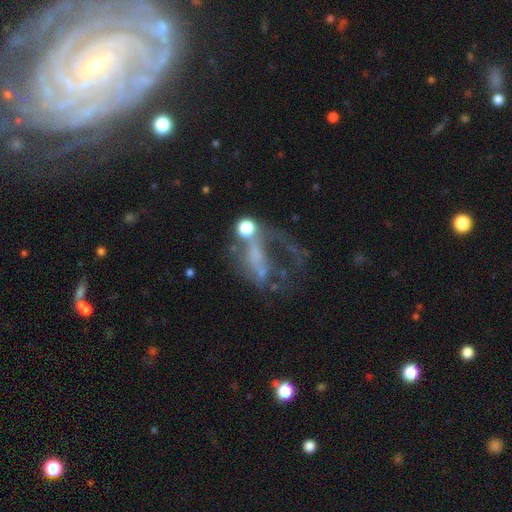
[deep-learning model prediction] A featured or disk galaxy (58%) with no bar (61%), no spiral arms (60%) and no central bulge (53%). Merging: major disturbance (50%).